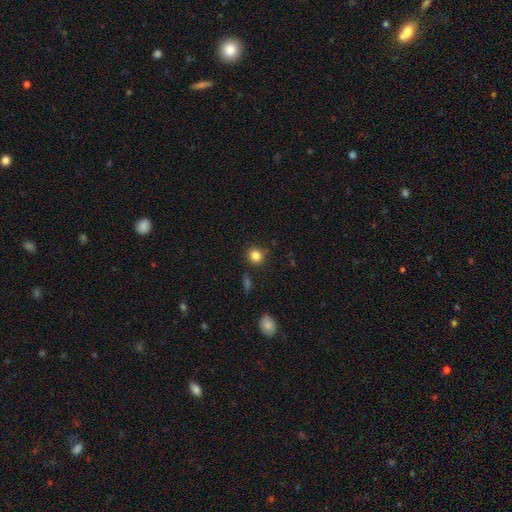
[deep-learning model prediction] Overall: smooth (84%). How rounded: round (91%). Merging: none (87%).